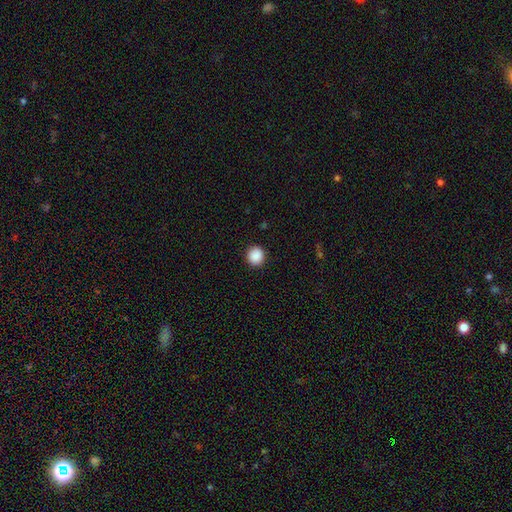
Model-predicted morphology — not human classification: The model was most divided on "smooth or featured": smooth: 89%, star or artifact: 9%, featured or disk: 2%. More confident: merging — none (91%); how rounded — round (91%).